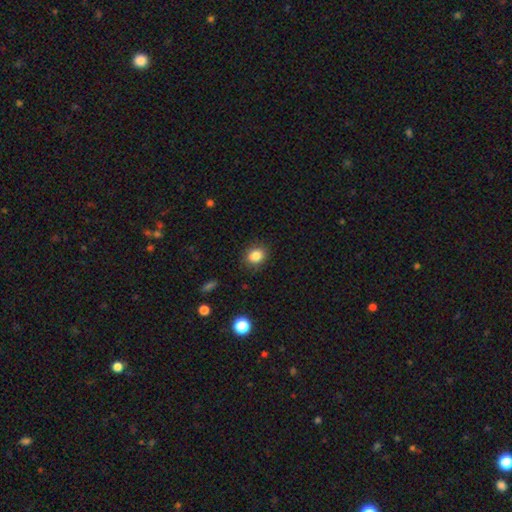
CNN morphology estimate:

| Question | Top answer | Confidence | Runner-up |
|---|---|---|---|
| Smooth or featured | smooth | 85% | star or artifact (10%) |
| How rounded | round | 56% | in between (43%) |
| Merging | none | 86% | minor disturbance (10%) |